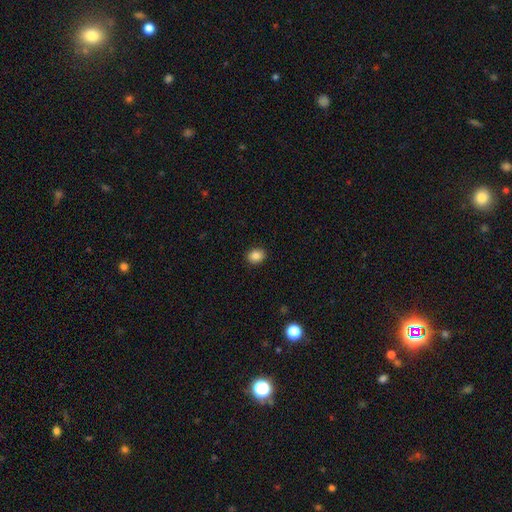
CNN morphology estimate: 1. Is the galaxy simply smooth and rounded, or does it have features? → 86% smooth, 9% star or artifact, 4% featured or disk.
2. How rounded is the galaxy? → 57% round, 42% in between, 1% cigar-shaped.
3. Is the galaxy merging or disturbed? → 91% none, 6% minor disturbance, 2% major disturbance, 1% merger.